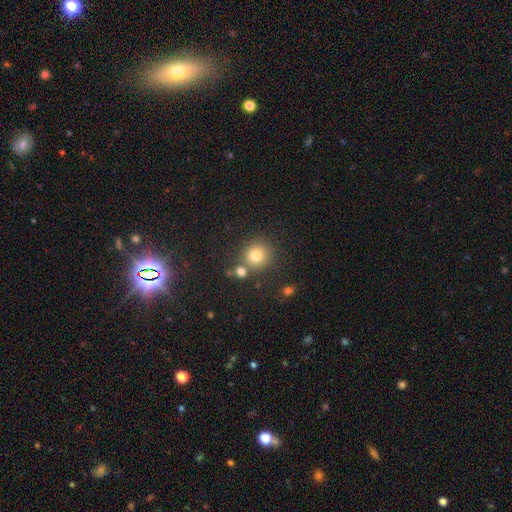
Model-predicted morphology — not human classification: smooth 79%, star or artifact 13%, featured or disk 8%. Down the decision tree: how rounded — round (90%); merging — none (70%).